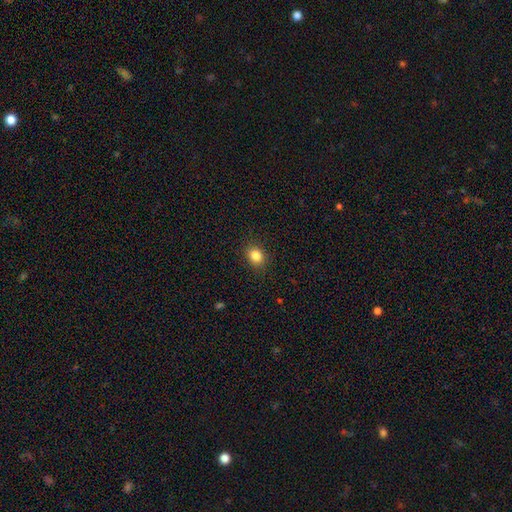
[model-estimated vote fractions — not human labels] smooth_or_featured: smooth (p=0.84) [alt: star or artifact p=0.11]
how_rounded: round (p=0.54) [alt: in between p=0.45]
merging: none (p=0.88) [alt: minor disturbance p=0.08]